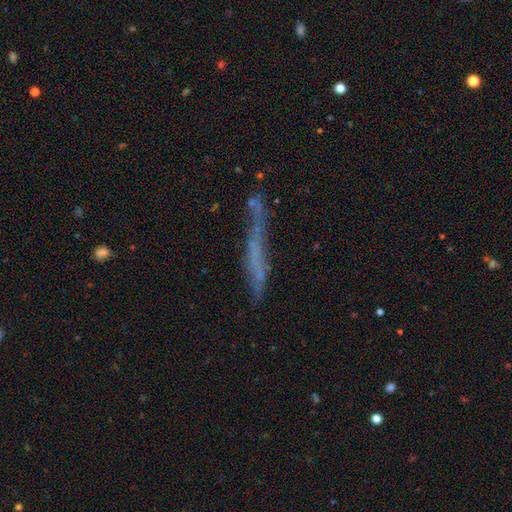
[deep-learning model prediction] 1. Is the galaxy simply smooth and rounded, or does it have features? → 48% featured or disk, 39% smooth, 12% star or artifact.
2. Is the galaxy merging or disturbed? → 53% none, 24% minor disturbance, 15% major disturbance, 7% merger.